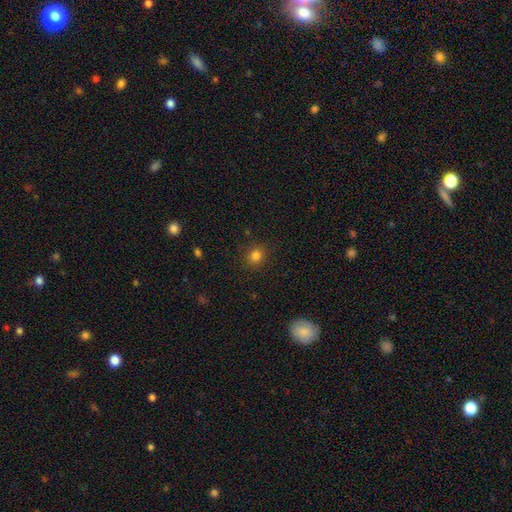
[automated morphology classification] A smooth galaxy with no disk features (82%) that is round (73%). Merging: none (89%).